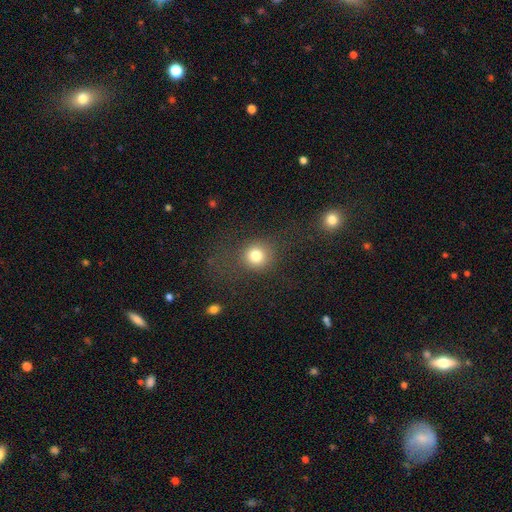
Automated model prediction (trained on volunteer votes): Q: Smooth or featured?
A: smooth (79%); runner-up: star or artifact (12%)
Q: How rounded?
A: round (85%); runner-up: in between (14%)
Q: Merging?
A: none (72%); runner-up: minor disturbance (14%)